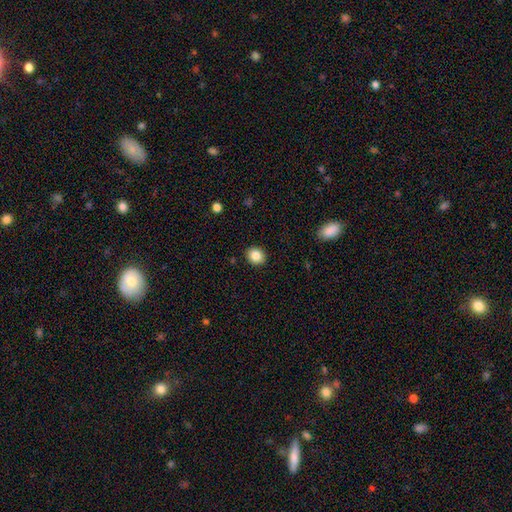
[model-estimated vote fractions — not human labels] Morphology: type=smooth (85%); roundness=round (72%); merging=none (91%).